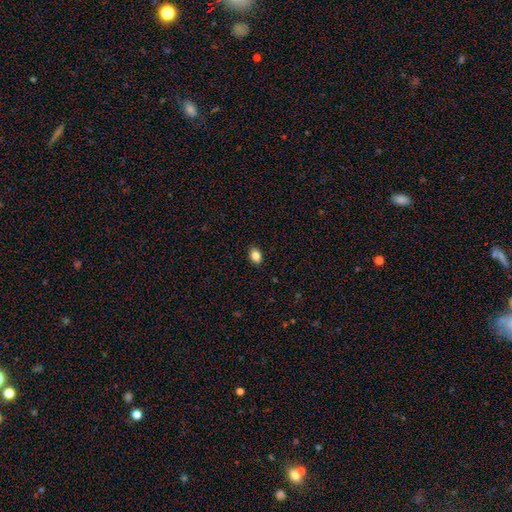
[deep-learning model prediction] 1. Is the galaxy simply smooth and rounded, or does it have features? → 85% smooth, 9% star or artifact, 6% featured or disk.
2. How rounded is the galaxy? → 78% in between, 21% round, 1% cigar-shaped.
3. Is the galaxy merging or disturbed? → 87% none, 10% minor disturbance, 2% major disturbance, 1% merger.